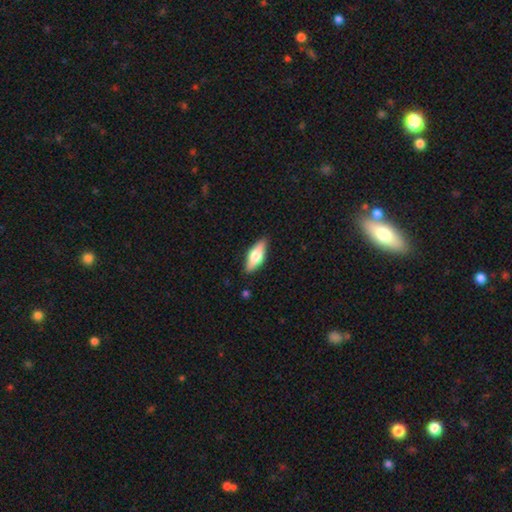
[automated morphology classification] The model was most divided on "smooth or featured": smooth: 56%, featured or disk: 37%, star or artifact: 6%. More confident: merging — none (87%); how rounded — in between (69%).